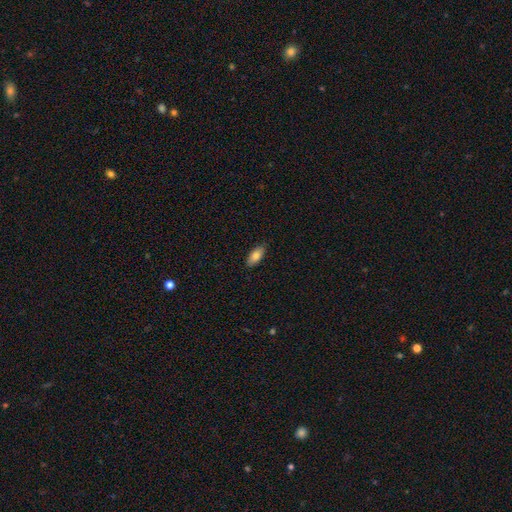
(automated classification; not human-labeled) smooth 80%, featured or disk 13%, star or artifact 7%. Down the decision tree: how rounded — in between (86%); merging — none (87%).